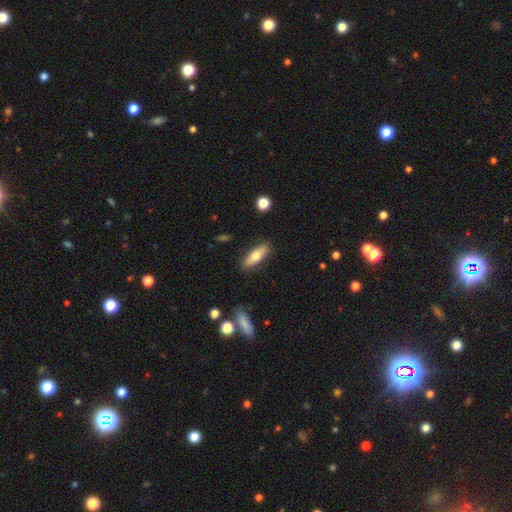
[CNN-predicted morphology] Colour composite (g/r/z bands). It shows a smooth galaxy with no disk features (66%) that is in between round and cigar-shaped (49%). Merging: none (86%).